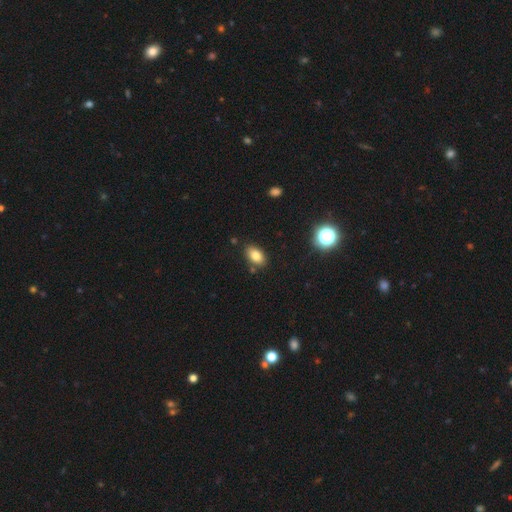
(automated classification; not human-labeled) Smooth or featured: smooth — 80% (star or artifact — 10%)
How rounded: in between — 89% (round — 9%)
Merging: none — 82% (minor disturbance — 11%)